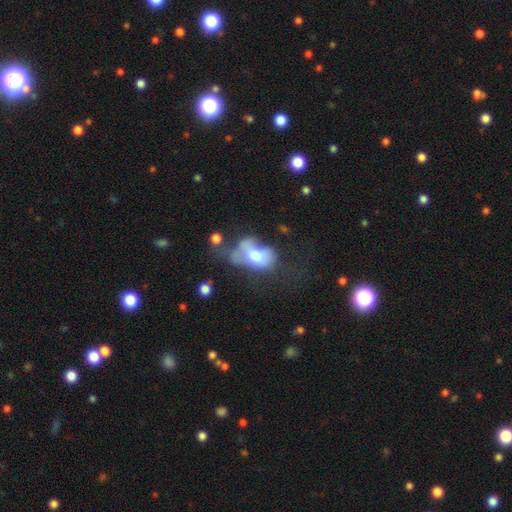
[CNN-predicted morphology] Smooth or featured?
  - smooth: 55% *
  - featured or disk: 35%
  - star or artifact: 10%
How rounded?
  - in between: 78% *
  - round: 20%
  - cigar-shaped: 2%
Merging?
  - major disturbance: 42% *
  - merger: 26%
  - none: 17%
  - minor disturbance: 16%